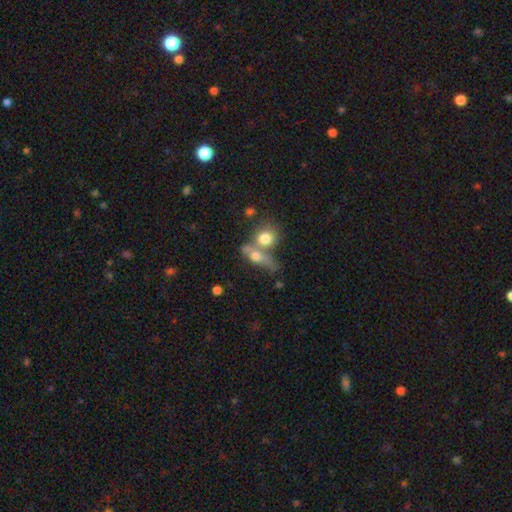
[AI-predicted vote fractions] A smooth galaxy with no disk features (60%) that is in between round and cigar-shaped (51%). Merging: merger (50%).